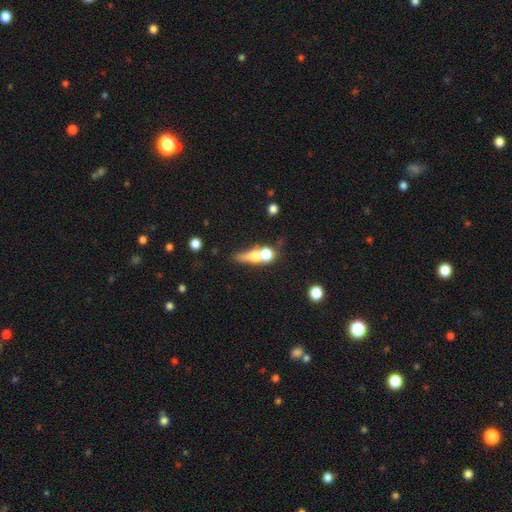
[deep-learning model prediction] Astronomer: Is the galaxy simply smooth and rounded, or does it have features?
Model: smooth — 57%.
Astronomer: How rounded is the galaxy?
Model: cigar-shaped — 36% (runner-up: in between, 35%).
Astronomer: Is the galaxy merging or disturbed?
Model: merger — 47% (runner-up: none, 31%).